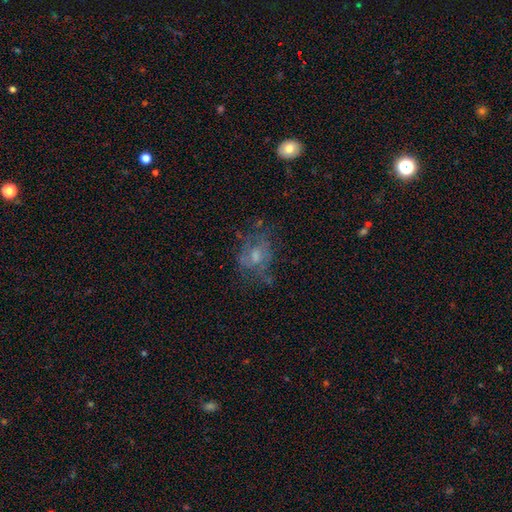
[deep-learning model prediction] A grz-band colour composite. It shows a featured or disk galaxy (50%). Merging: none (53%).